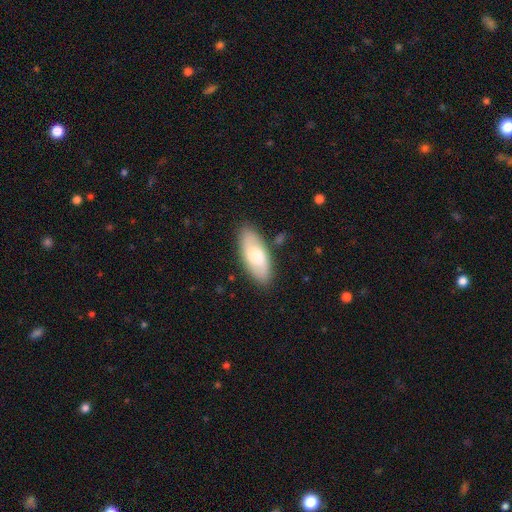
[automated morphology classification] A smooth galaxy with no disk features (63%) that is in between round and cigar-shaped (86%).

Vote fractions:
- Smooth or featured? smooth: 63% / featured or disk: 31% / star or artifact: 6%
- How rounded? in between: 86% / cigar-shaped: 11% / round: 3%
- Merging? none: 85% / minor disturbance: 11% / major disturbance: 3% / merger: 2%